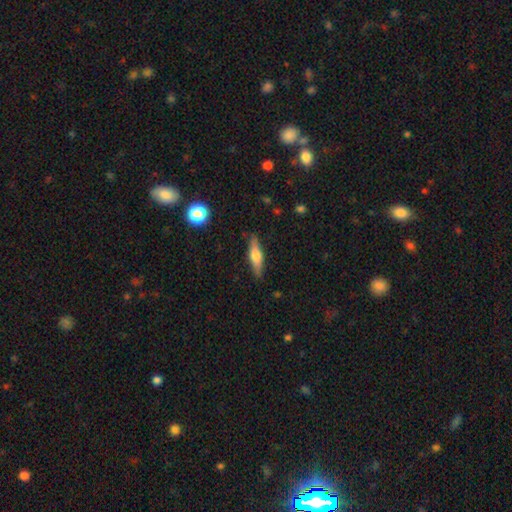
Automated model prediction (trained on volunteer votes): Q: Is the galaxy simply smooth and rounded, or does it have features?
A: smooth — 50%.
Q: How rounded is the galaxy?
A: cigar-shaped — 68%.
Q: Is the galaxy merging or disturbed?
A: none — 86%.